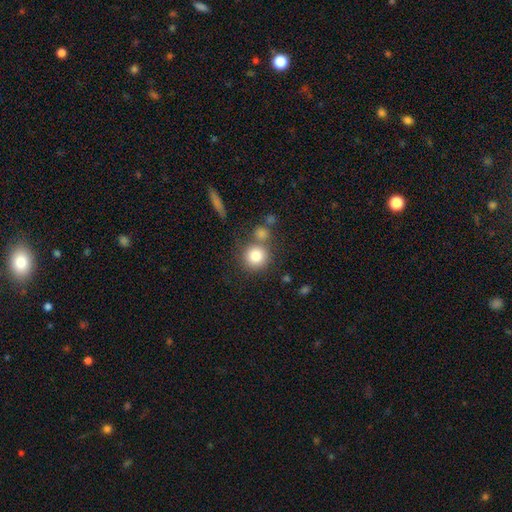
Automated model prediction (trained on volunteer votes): Smooth or featured? smooth (82%)
How rounded? round (91%)
Merging? none (64%)